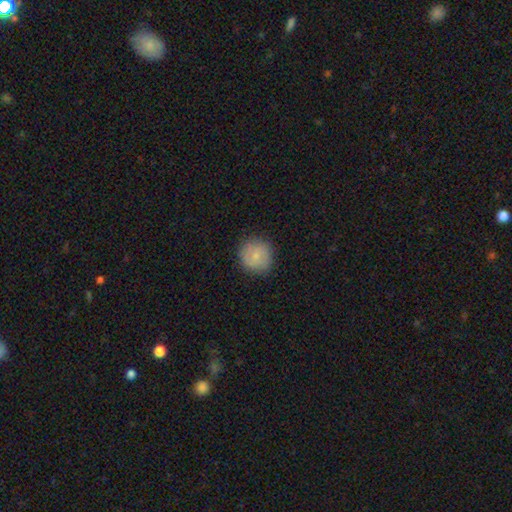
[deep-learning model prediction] A smooth galaxy with no disk features (75%) that is round (92%).

Vote fractions:
- Smooth or featured? smooth: 75% / featured or disk: 18% / star or artifact: 7%
- How rounded? round: 92% / in between: 7% / cigar-shaped: 1%
- Merging? none: 84% / minor disturbance: 12% / major disturbance: 3% / merger: 1%